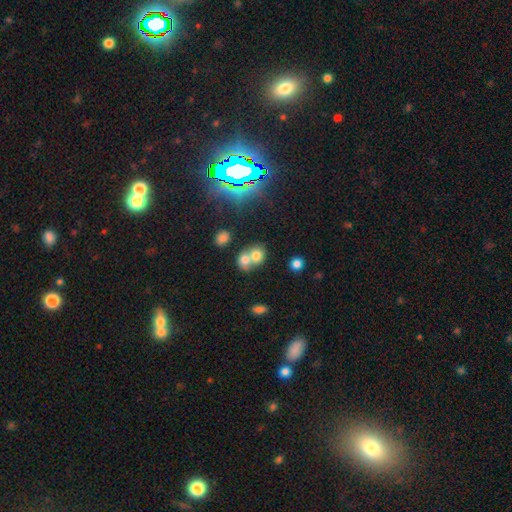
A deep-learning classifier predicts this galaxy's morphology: Overall: smooth (69%). How rounded: round (63%; in between 36%). Merging: merger (68%).